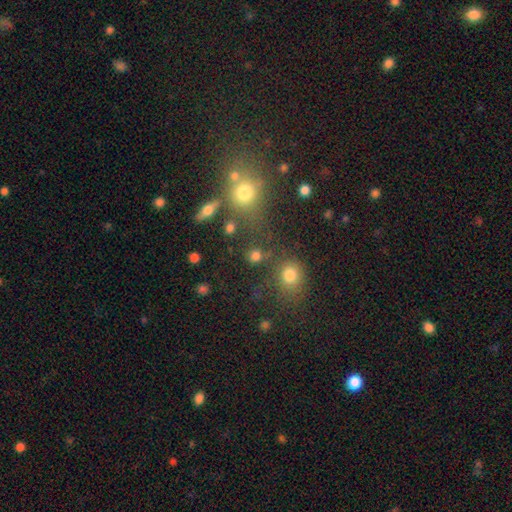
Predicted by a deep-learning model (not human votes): Smooth or featured: smooth — 77% (star or artifact — 16%)
How rounded: round — 81% (in between — 18%)
Merging: none — 70% (merger — 13%)